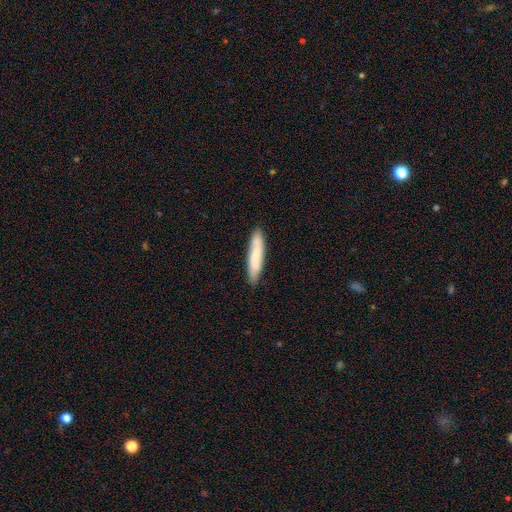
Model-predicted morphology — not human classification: A smooth galaxy with no disk features (74%) that is cigar-shaped (86%).

Vote fractions:
- Smooth or featured? smooth: 74% / featured or disk: 20% / star or artifact: 6%
- How rounded? cigar-shaped: 86% / in between: 12% / round: 1%
- Merging? none: 83% / minor disturbance: 13% / major disturbance: 2% / merger: 2%